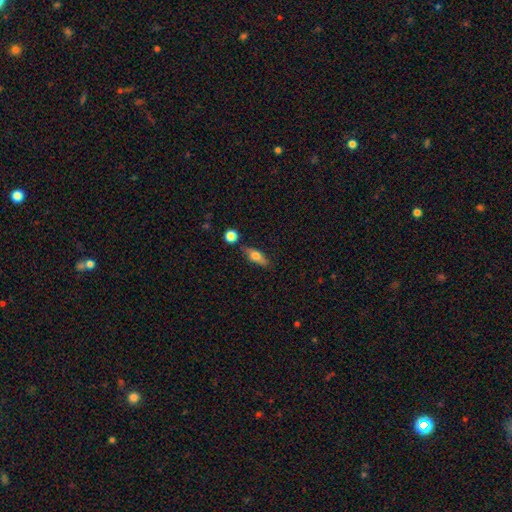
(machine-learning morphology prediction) smooth_or_featured: smooth (p=0.64) [alt: featured or disk p=0.28]
how_rounded: in between (p=0.66) [alt: cigar-shaped p=0.28]
merging: none (p=0.75) [alt: minor disturbance p=0.14]